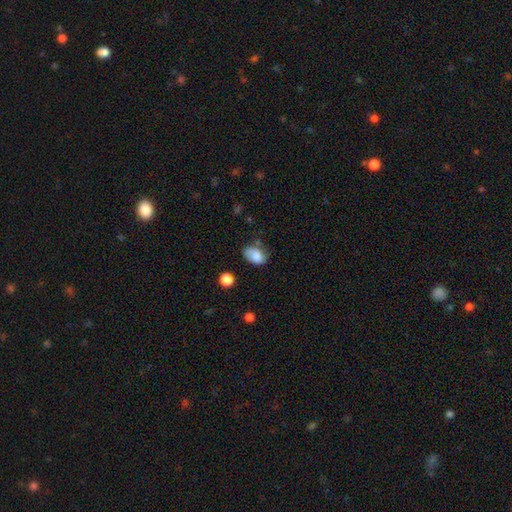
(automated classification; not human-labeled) Smooth or featured: smooth — 81% (featured or disk — 10%)
How rounded: in between — 82% (round — 17%)
Merging: none — 48% (minor disturbance — 34%)